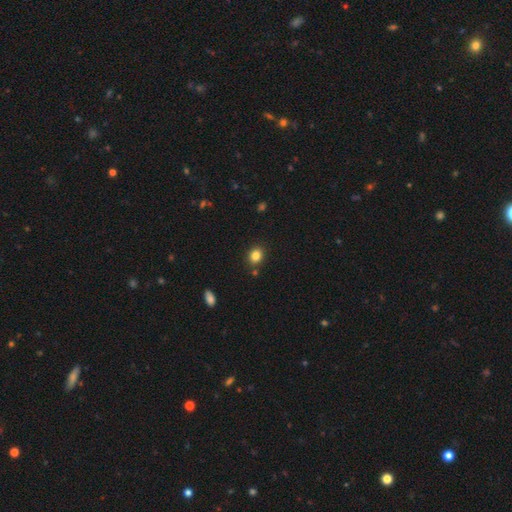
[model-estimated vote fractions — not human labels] smooth_or_featured: smooth (p=0.84) [alt: star or artifact p=0.11]
how_rounded: round (p=0.67) [alt: in between p=0.33]
merging: none (p=0.85) [alt: minor disturbance p=0.08]